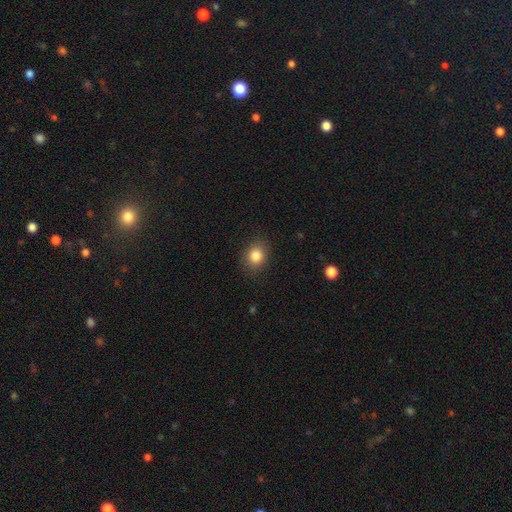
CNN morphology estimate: Q: Smooth or featured?
A: smooth (84%); runner-up: star or artifact (10%)
Q: How rounded?
A: round (56%); runner-up: in between (43%)
Q: Merging?
A: none (86%); runner-up: minor disturbance (10%)